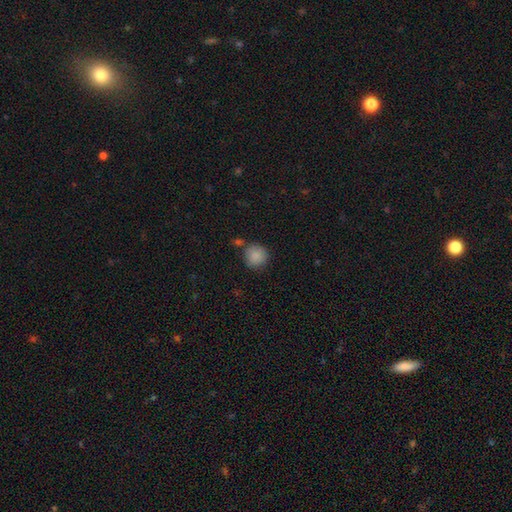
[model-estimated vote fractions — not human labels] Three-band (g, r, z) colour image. It shows a smooth galaxy with no disk features (88%) that is round (92%). Merging: none (74%).